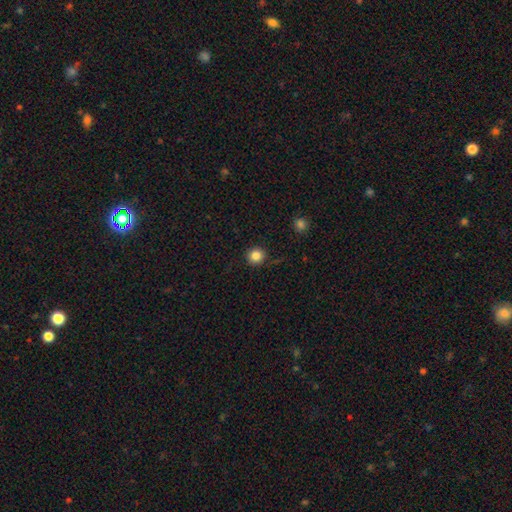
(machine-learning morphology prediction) Overall: smooth (84%). How rounded: round (93%). Merging: none (89%).